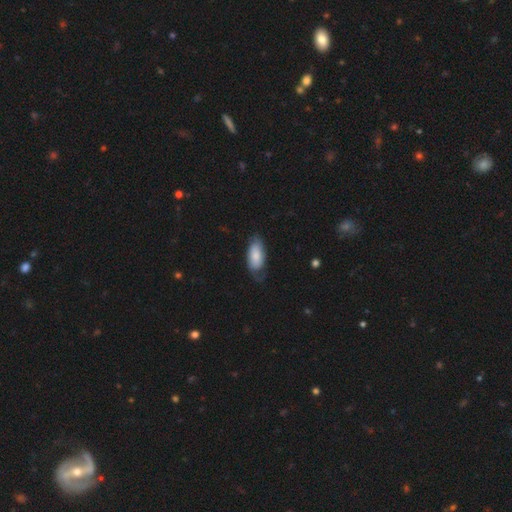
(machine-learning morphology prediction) Overall: smooth (69%). How rounded: in between (90%). Merging: none (54%; minor disturbance 31%).